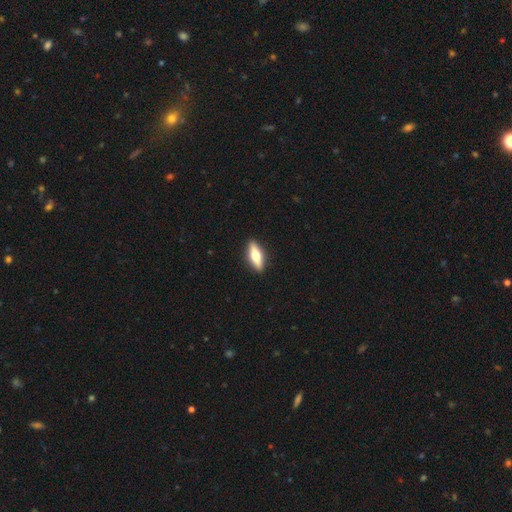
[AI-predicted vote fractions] This is possibly a smooth galaxy (52%). How rounded: possibly in between (50%). Merging: clearly none (91%).